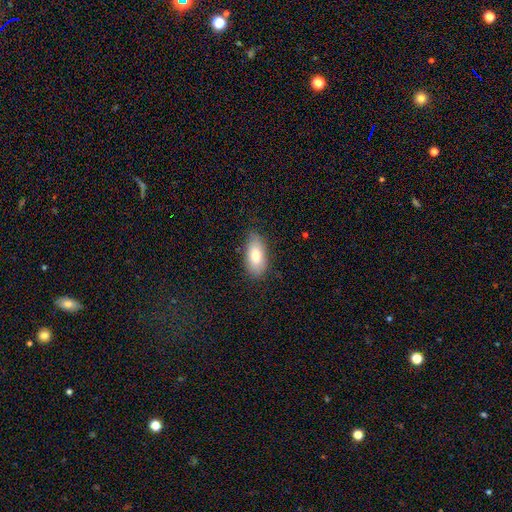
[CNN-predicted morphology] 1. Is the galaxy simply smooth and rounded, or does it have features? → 77% smooth, 16% featured or disk, 7% star or artifact.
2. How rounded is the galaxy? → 90% in between, 6% cigar-shaped, 3% round.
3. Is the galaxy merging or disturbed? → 78% none, 18% minor disturbance, 3% major disturbance, 1% merger.